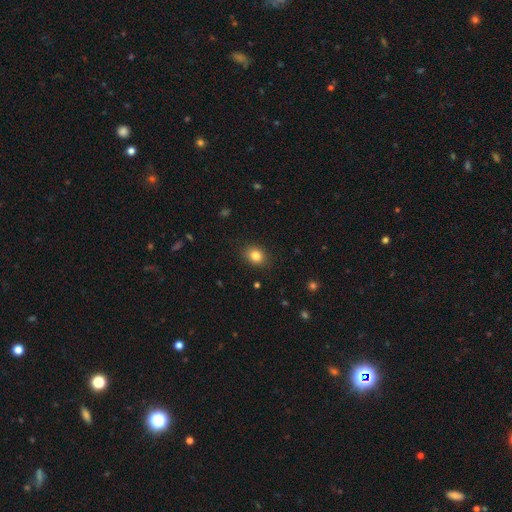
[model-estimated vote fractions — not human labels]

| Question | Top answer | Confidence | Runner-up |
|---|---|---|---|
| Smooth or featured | smooth | 83% | star or artifact (11%) |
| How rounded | in between | 52% | round (47%) |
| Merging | none | 87% | minor disturbance (10%) |